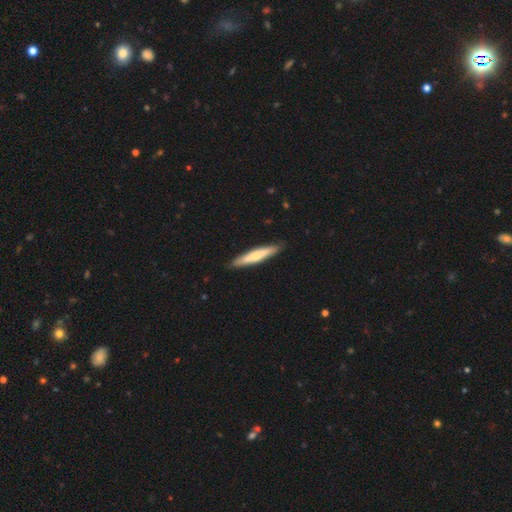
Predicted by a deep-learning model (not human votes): smooth 52%, featured or disk 43%, star or artifact 5%. Down the decision tree: how rounded — cigar-shaped (90%); merging — none (89%).